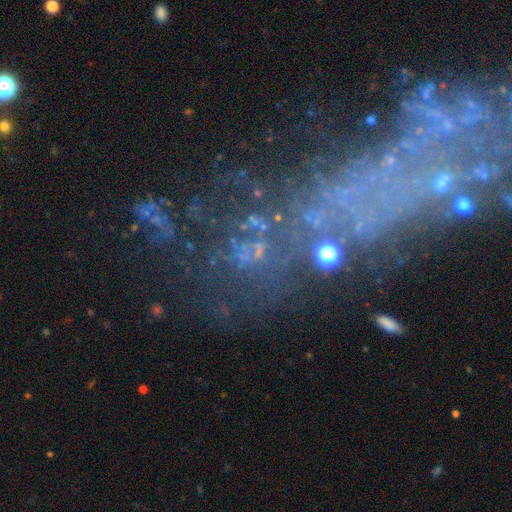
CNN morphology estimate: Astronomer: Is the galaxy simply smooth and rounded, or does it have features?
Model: star or artifact — 42% (runner-up: featured or disk, 37%).